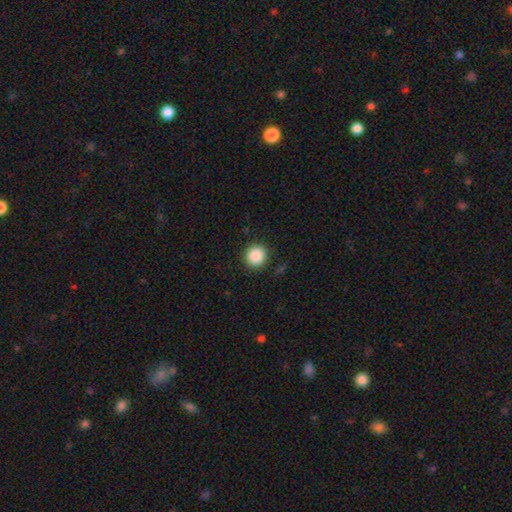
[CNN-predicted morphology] Smooth or featured? smooth (88%)
How rounded? round (92%)
Merging? none (90%)